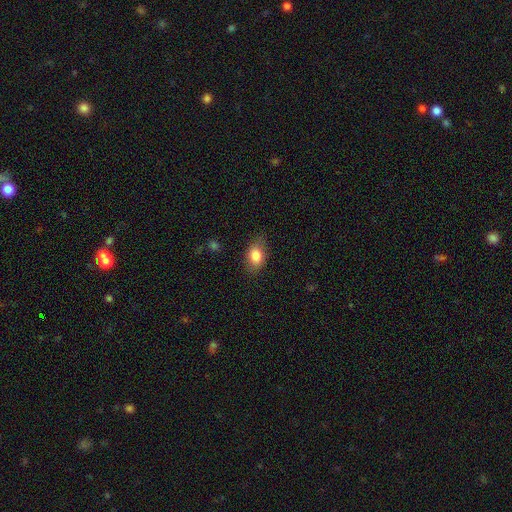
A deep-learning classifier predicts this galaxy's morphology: Smooth or featured? smooth (82%)
How rounded? in between (83%)
Merging? none (76%)